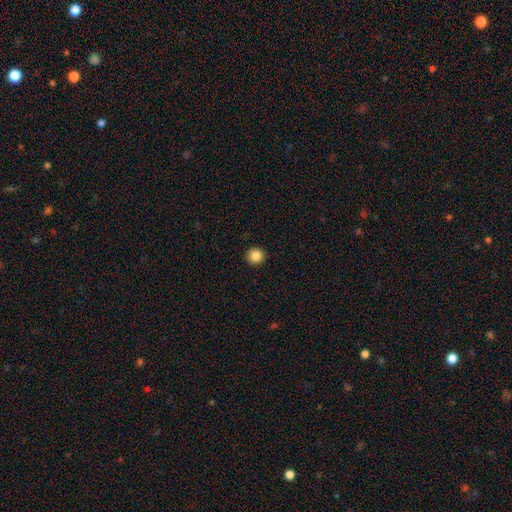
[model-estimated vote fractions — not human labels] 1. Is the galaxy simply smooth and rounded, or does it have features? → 85% smooth, 10% star or artifact, 5% featured or disk.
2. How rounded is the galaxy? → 93% round, 6% in between, 1% cigar-shaped.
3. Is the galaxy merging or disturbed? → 93% none, 5% minor disturbance, 2% major disturbance, 1% merger.